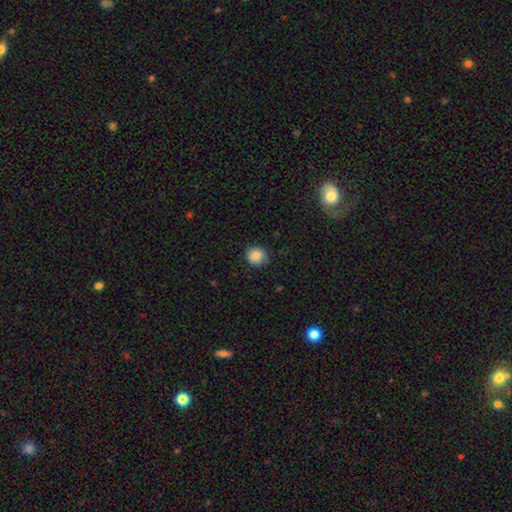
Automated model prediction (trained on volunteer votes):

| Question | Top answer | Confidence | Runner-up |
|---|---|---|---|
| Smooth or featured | smooth | 87% | star or artifact (9%) |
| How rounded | round | 84% | in between (15%) |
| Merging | none | 85% | minor disturbance (12%) |